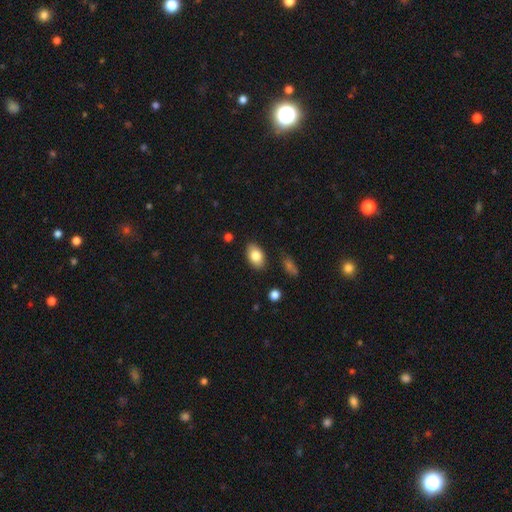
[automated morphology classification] A smooth galaxy with no disk features (81%) that is in between round and cigar-shaped (90%).

Vote fractions:
- Smooth or featured? smooth: 81% / featured or disk: 11% / star or artifact: 7%
- How rounded? in between: 90% / round: 9% / cigar-shaped: 1%
- Merging? none: 86% / minor disturbance: 10% / major disturbance: 2% / merger: 2%